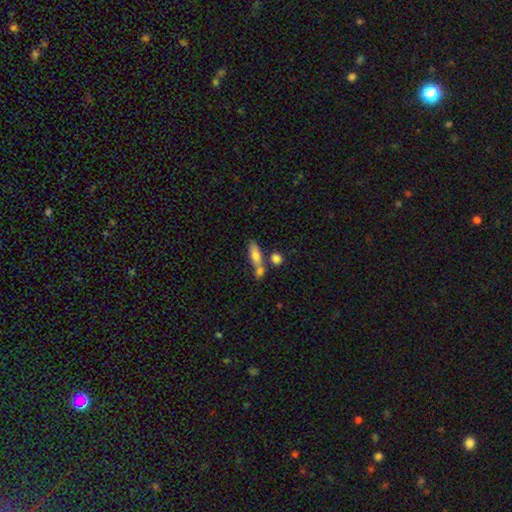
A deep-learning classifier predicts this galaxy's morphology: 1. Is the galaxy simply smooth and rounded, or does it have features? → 71% smooth, 22% featured or disk, 8% star or artifact.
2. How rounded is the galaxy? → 54% in between, 41% cigar-shaped, 5% round.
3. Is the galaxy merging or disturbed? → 46% none, 36% merger, 13% minor disturbance, 5% major disturbance.